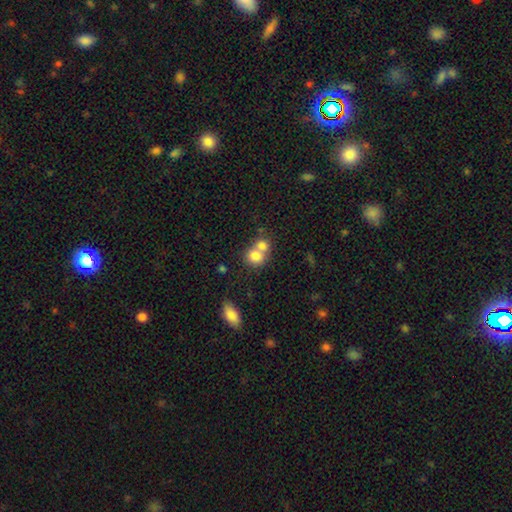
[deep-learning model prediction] This is likely a smooth galaxy (77%). How rounded: likely round (69%). Merging: likely merger (63%).